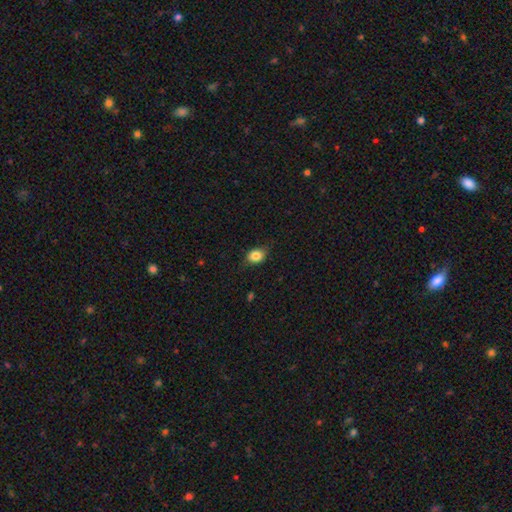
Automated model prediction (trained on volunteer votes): Smooth or featured? Predicted: smooth (p=0.84). How rounded? Predicted: in between (p=0.59). Merging? Predicted: none (p=0.79).